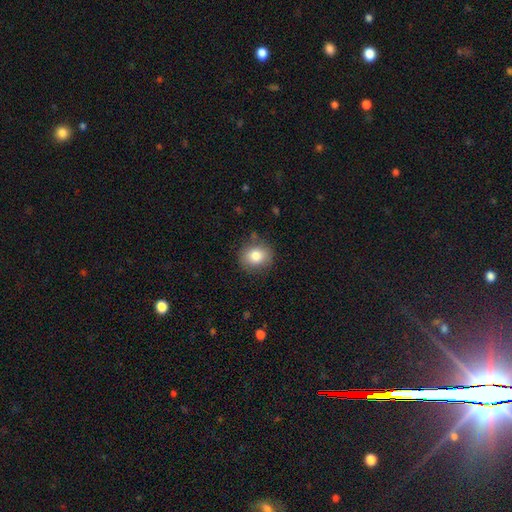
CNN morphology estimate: Smooth or featured? Predicted: smooth (p=0.80). How rounded? Predicted: round (p=0.75). Merging? Predicted: none (p=0.83).